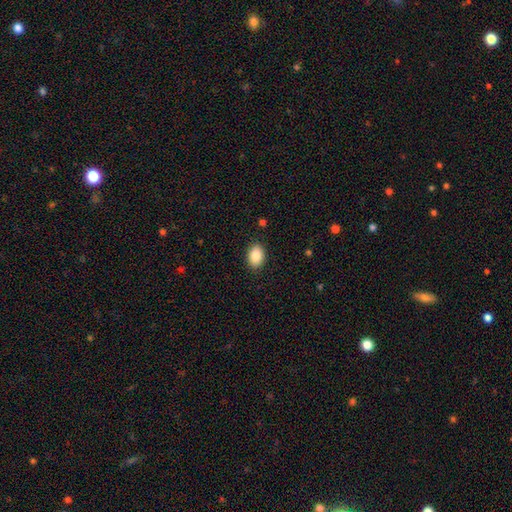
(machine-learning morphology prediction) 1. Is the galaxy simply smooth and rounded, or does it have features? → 87% smooth, 8% star or artifact, 5% featured or disk.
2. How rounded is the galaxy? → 79% in between, 20% round, 1% cigar-shaped.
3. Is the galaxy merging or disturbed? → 89% none, 8% minor disturbance, 2% major disturbance, 1% merger.